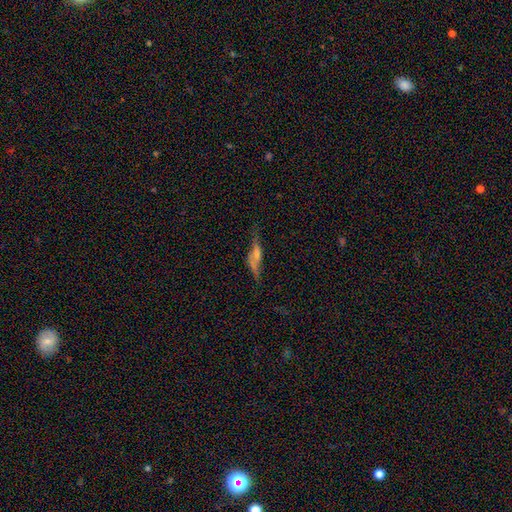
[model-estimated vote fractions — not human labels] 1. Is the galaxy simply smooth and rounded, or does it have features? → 46% featured or disk, 42% smooth, 12% star or artifact.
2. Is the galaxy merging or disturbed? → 55% none, 26% minor disturbance, 14% major disturbance, 5% merger.